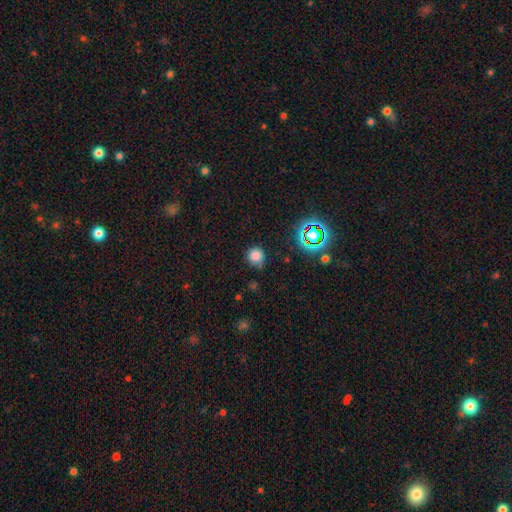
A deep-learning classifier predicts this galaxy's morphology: Smooth or featured: smooth — 77% (star or artifact — 18%)
How rounded: round — 92% (in between — 7%)
Merging: none — 80% (minor disturbance — 13%)